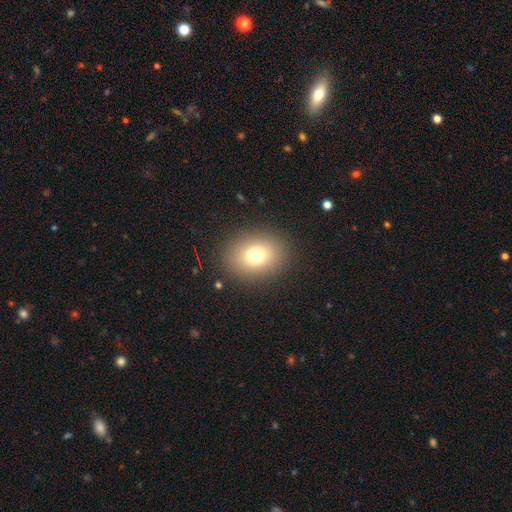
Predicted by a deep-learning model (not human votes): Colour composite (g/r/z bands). It shows a smooth galaxy with no disk features (76%) that is in between round and cigar-shaped (53%). Merging: none (87%).